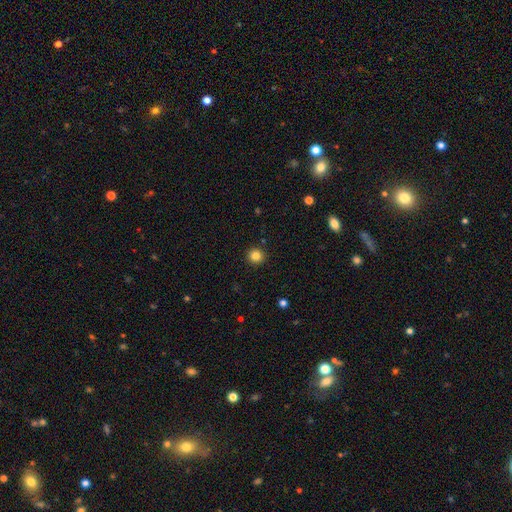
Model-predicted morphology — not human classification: type=smooth (83%); roundness=round (94%); merging=none (92%).